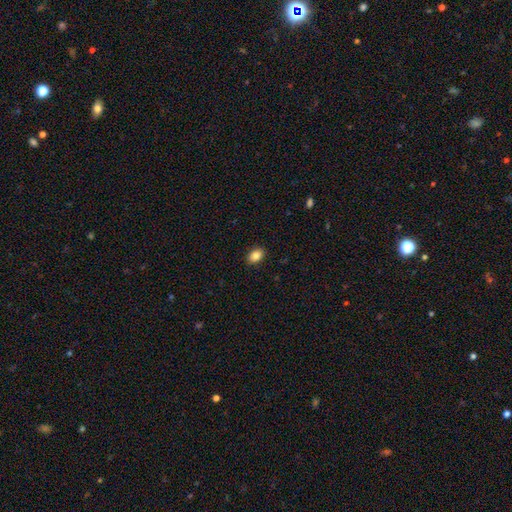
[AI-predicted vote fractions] This is clearly a smooth galaxy (86%). How rounded: clearly in between (82%). Merging: clearly none (90%).